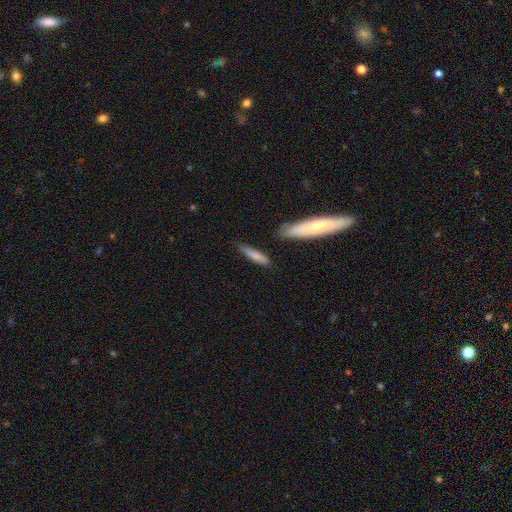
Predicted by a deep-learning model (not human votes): Smooth or featured: smooth — 76% (featured or disk — 17%)
How rounded: cigar-shaped — 83% (in between — 16%)
Merging: none — 77% (minor disturbance — 15%)